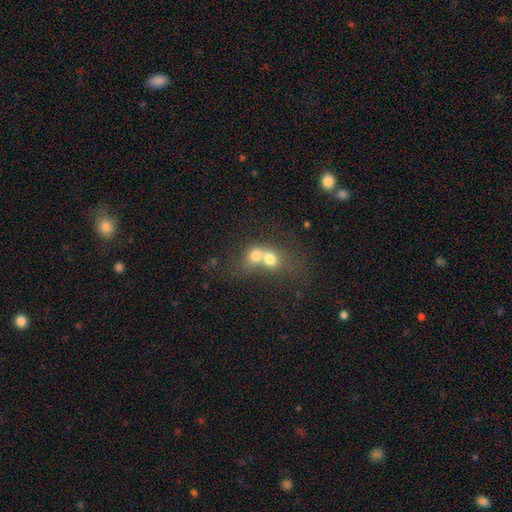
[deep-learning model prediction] This appears to be a smooth galaxy with no disk features (69%) that is round (63%). Merging: merger (76%).